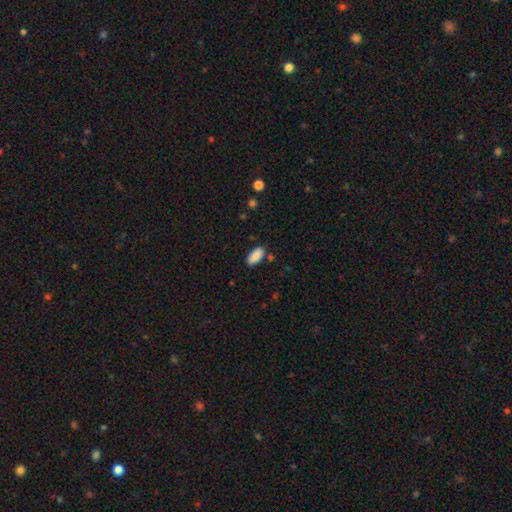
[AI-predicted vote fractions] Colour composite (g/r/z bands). It shows a smooth galaxy with no disk features (89%) that is in between round and cigar-shaped (90%). Merging: none (83%).